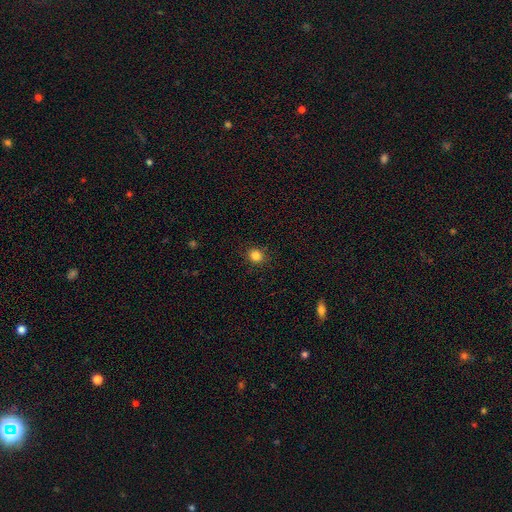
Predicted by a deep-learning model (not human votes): Smooth or featured? Predicted: smooth (p=0.84). How rounded? Predicted: round (p=0.83). Merging? Predicted: none (p=0.89).